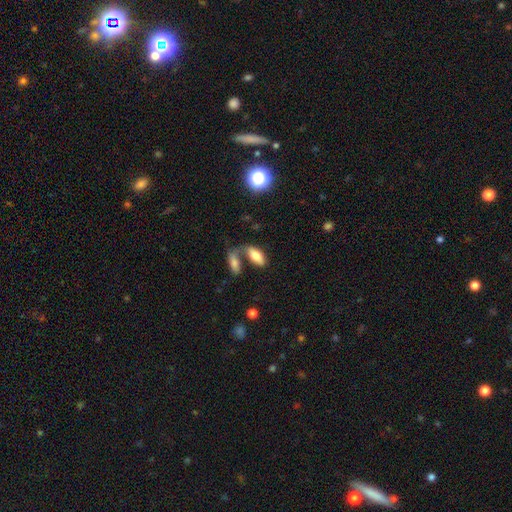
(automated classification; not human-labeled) Overall: smooth (78%). How rounded: in between (86%). Merging: merger (46%; none 37%).